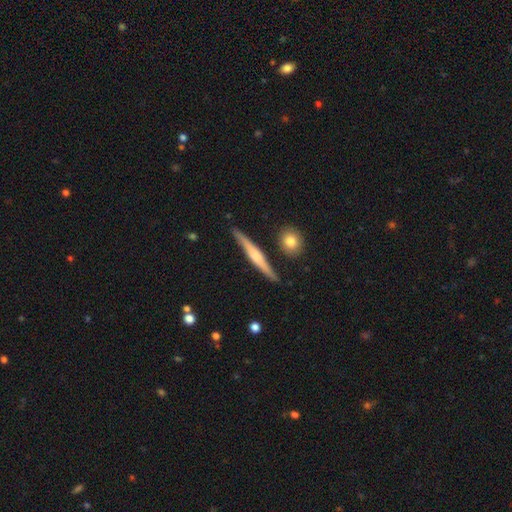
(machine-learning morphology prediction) Smooth or featured?
  - featured or disk: 64% *
  - smooth: 30%
  - star or artifact: 5%
Edge-on disk?
  - yes: 97% *
  - no: 3%
Edge-on bulge?
  - rounded: 61% *
  - boxy: 20%
  - none: 19%
Merging?
  - none: 87% *
  - minor disturbance: 9%
  - merger: 2%
  - major disturbance: 2%